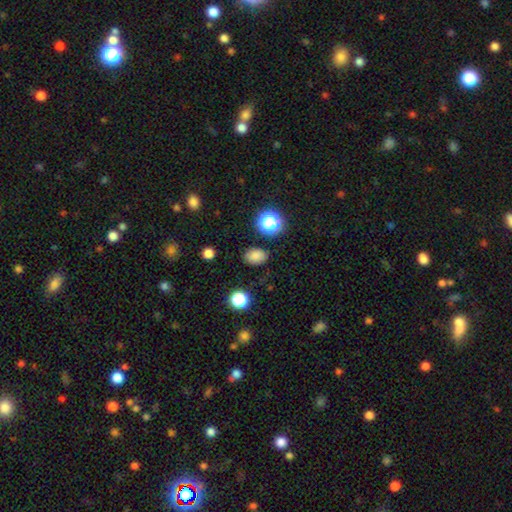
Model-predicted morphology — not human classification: smooth-or-featured: smooth: 80% | star or artifact: 15% | featured or disk: 5%
  how-rounded: in between: 73% | round: 26% | cigar-shaped: 1%
  merging: none: 83% | minor disturbance: 12% | major disturbance: 3% | merger: 2%